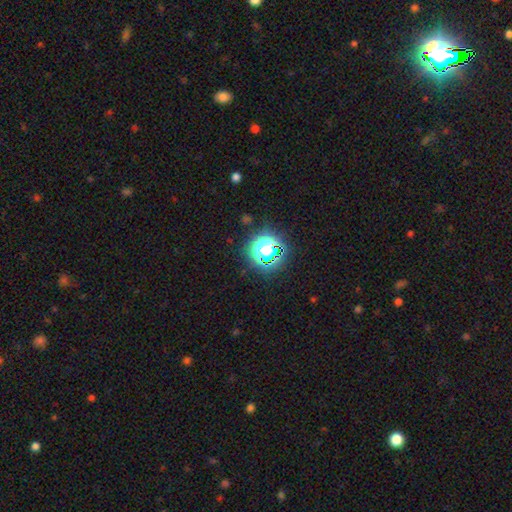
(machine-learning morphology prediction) smooth-or-featured: star or artifact: 76% | smooth: 17% | featured or disk: 7%